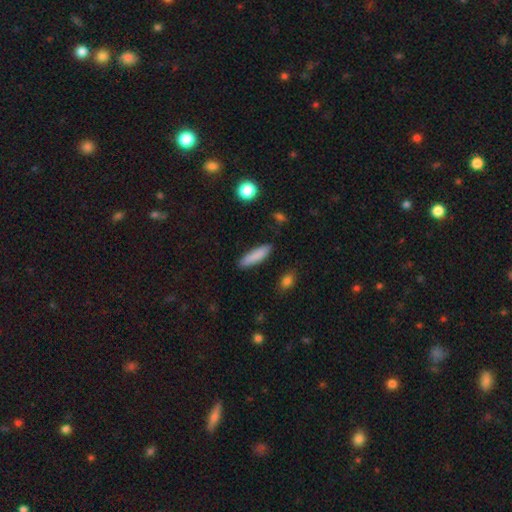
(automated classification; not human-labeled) smooth-or-featured: smooth: 86% | featured or disk: 8% | star or artifact: 6%
  how-rounded: cigar-shaped: 67% | in between: 31% | round: 2%
  merging: none: 88% | minor disturbance: 9% | major disturbance: 2% | merger: 2%